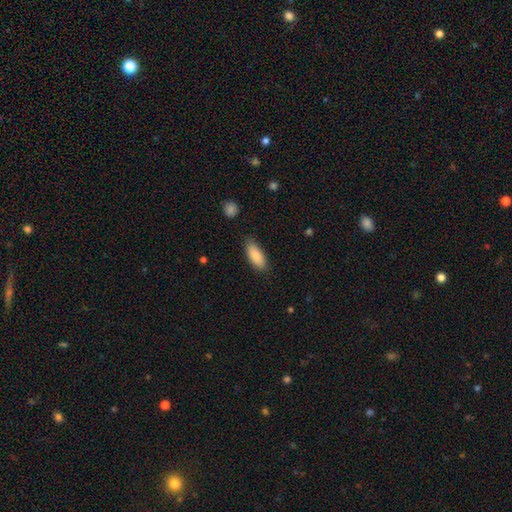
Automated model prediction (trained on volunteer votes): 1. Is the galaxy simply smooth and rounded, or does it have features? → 86% smooth, 7% featured or disk, 6% star or artifact.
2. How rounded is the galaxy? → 80% in between, 18% cigar-shaped, 2% round.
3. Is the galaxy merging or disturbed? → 82% none, 14% minor disturbance, 3% major disturbance, 1% merger.